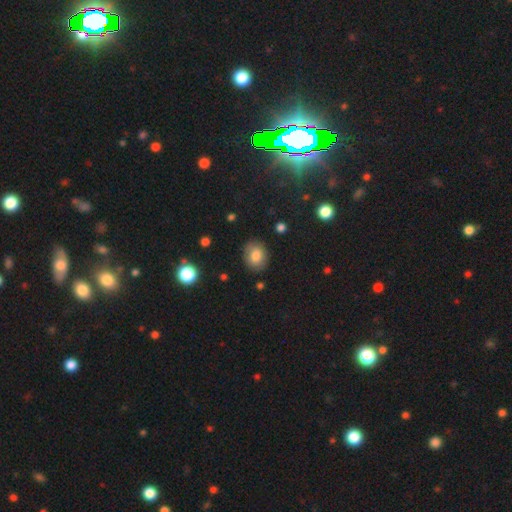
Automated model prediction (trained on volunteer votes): The model was most divided on "how rounded": round: 54%, in between: 45%, cigar-shaped: 1%. More confident: merging — none (84%); smooth or featured — smooth (80%).